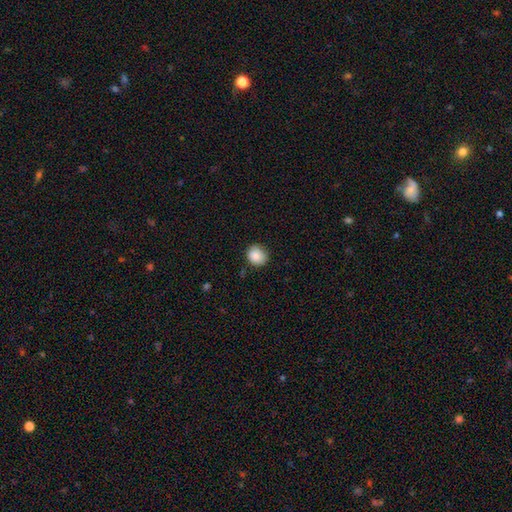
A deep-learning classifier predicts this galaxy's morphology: A smooth galaxy with no disk features (87%) that is round (69%). Merging: none (77%).